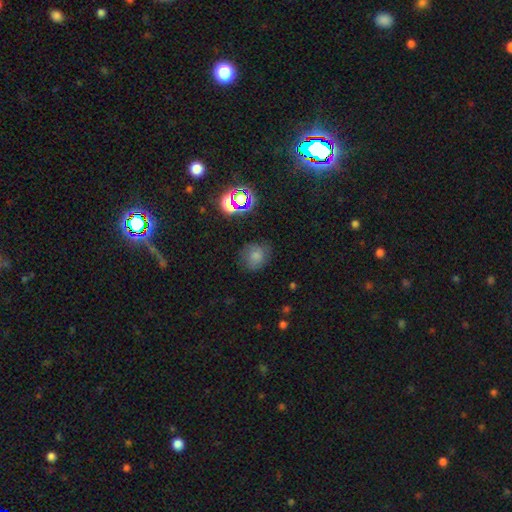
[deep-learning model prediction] The model was most divided on "smooth or featured": smooth: 69%, star or artifact: 19%, featured or disk: 13%. More confident: how rounded — round (76%); merging — none (72%).